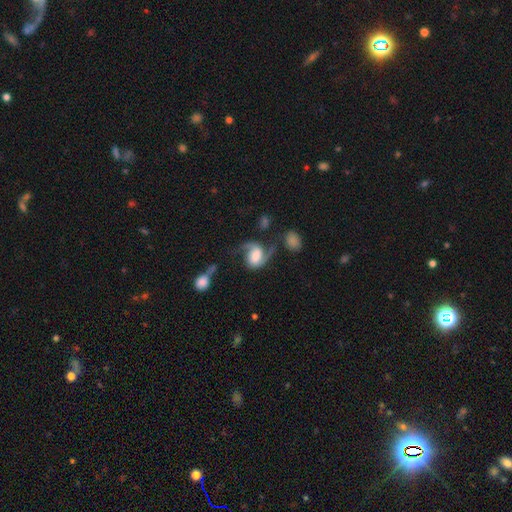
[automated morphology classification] A featured or disk galaxy (76%) with no bar (41%), 2 (85%) loose (45%) spiral arms (94%) and a large central bulge (41%). Merging: none (41%).